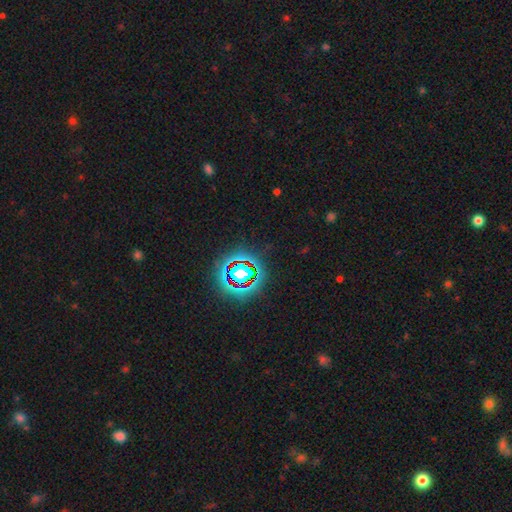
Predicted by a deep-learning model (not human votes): smooth-or-featured: star or artifact: 77% | smooth: 14% | featured or disk: 9%